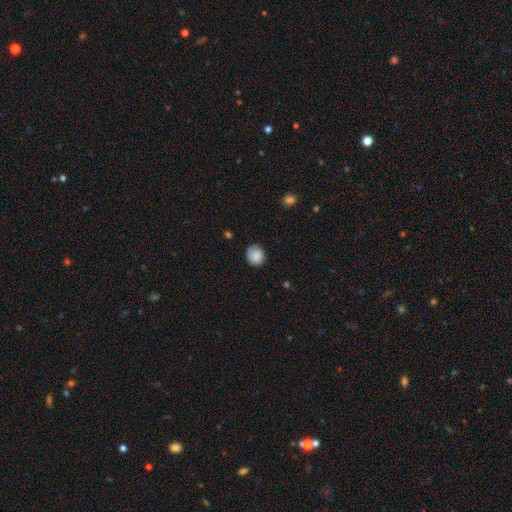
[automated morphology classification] smooth_or_featured: smooth (p=0.85) [alt: star or artifact p=0.08]
how_rounded: round (p=0.76) [alt: in between p=0.23]
merging: none (p=0.73) [alt: minor disturbance p=0.21]